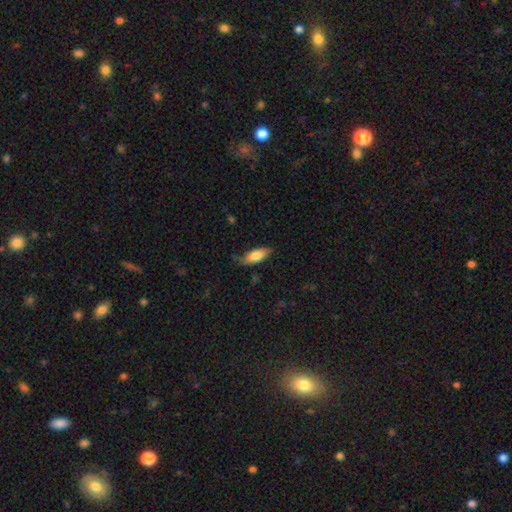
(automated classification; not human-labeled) Overall: smooth (79%). How rounded: in between (75%). Merging: none (70%).